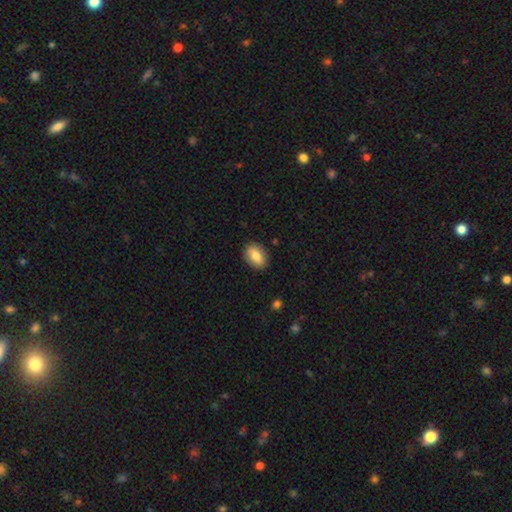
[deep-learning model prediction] Smooth or featured? Predicted: smooth (p=0.80). How rounded? Predicted: in between (p=0.85). Merging? Predicted: none (p=0.87).